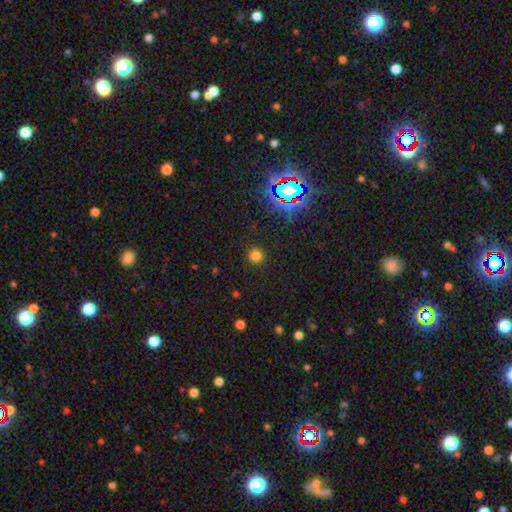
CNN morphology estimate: A smooth galaxy with no disk features (75%) that is round (93%). Merging: none (90%).